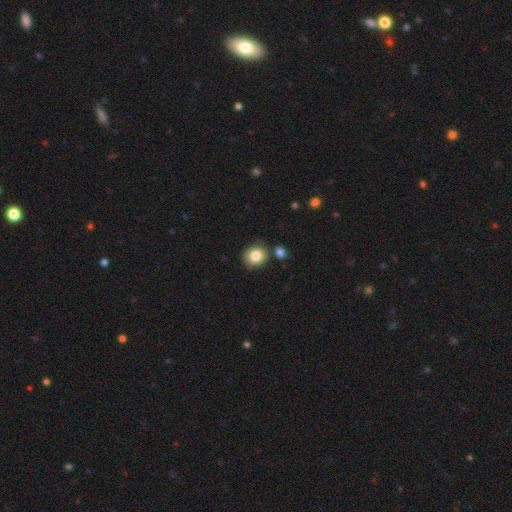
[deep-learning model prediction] Q: Smooth or featured?
A: smooth (83%); runner-up: star or artifact (9%)
Q: How rounded?
A: round (78%); runner-up: in between (21%)
Q: Merging?
A: none (75%); runner-up: minor disturbance (12%)